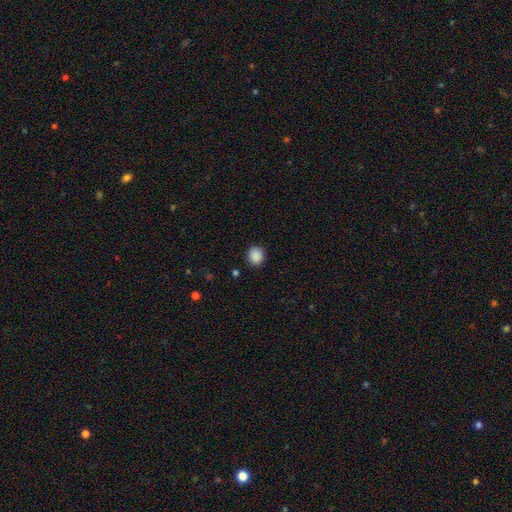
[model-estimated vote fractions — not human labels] Overall: smooth (88%). How rounded: round (84%). Merging: none (89%).